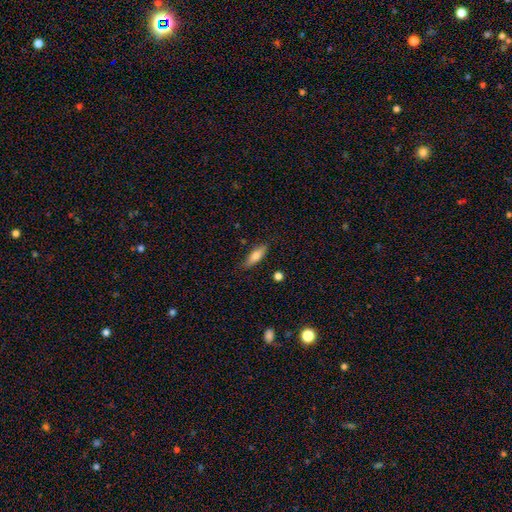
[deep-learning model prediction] smooth_or_featured: smooth (p=0.71) [alt: featured or disk p=0.22]
how_rounded: in between (p=0.51) [alt: cigar-shaped p=0.46]
merging: none (p=0.81) [alt: minor disturbance p=0.14]